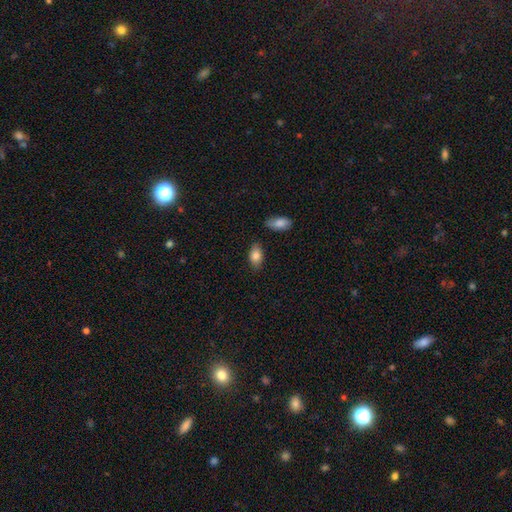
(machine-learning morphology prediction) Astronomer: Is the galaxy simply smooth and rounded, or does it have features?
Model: smooth — 83%.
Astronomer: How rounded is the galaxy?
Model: in between — 91%.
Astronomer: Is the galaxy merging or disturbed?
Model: none — 83%.